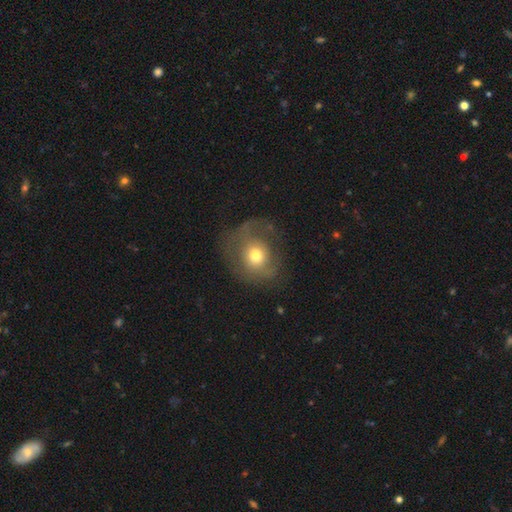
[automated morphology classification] Overall: smooth (57%; featured or disk 33%). How rounded: round (77%). Merging: none (52%; major disturbance 25%).